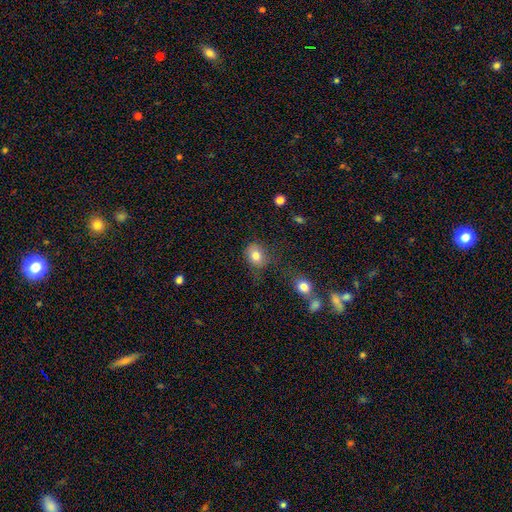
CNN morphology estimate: Smooth or featured? smooth (82%)
How rounded? in between (59%)
Merging? none (57%)